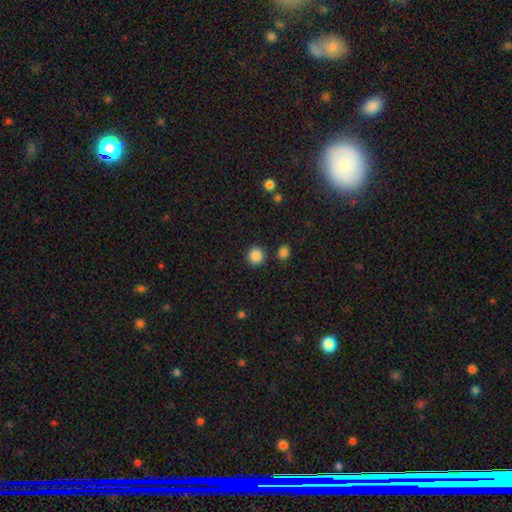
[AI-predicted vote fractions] Smooth or featured? smooth (87%)
How rounded? round (94%)
Merging? none (89%)